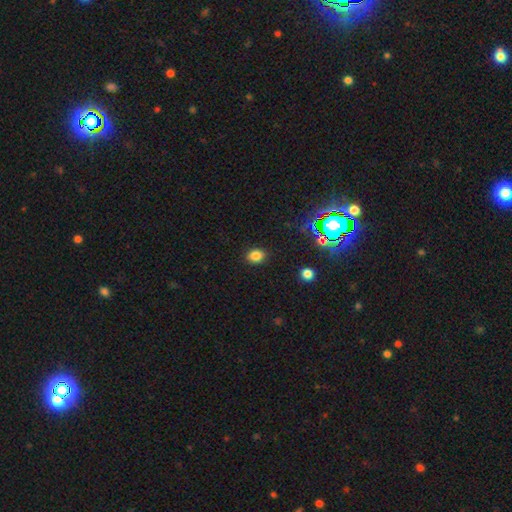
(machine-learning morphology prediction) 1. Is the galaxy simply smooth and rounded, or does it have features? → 80% smooth, 15% star or artifact, 5% featured or disk.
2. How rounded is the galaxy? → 60% in between, 39% round, 1% cigar-shaped.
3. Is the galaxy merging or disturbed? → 87% none, 9% minor disturbance, 3% major disturbance, 1% merger.